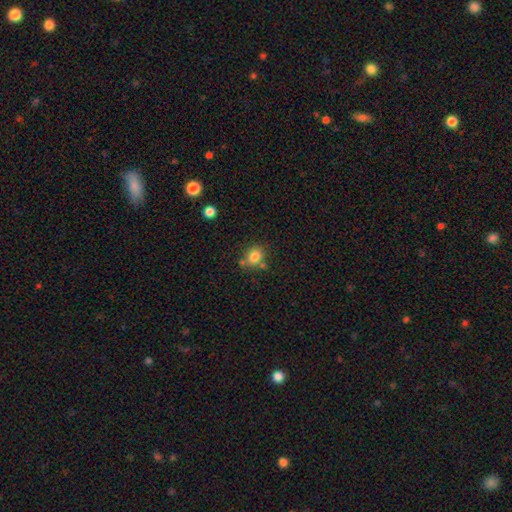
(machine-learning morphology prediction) Smooth or featured?
  - smooth: 81% *
  - star or artifact: 12%
  - featured or disk: 8%
How rounded?
  - round: 62% *
  - in between: 37%
  - cigar-shaped: 1%
Merging?
  - none: 68% *
  - minor disturbance: 15%
  - merger: 14%
  - major disturbance: 4%